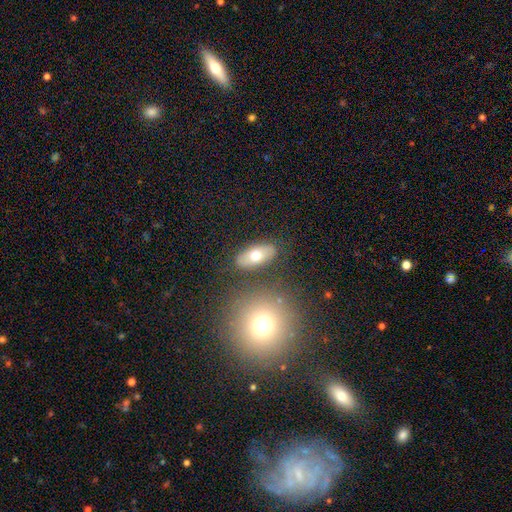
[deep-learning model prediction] Smooth or featured? smooth (64%)
How rounded? in between (86%)
Merging? none (81%)